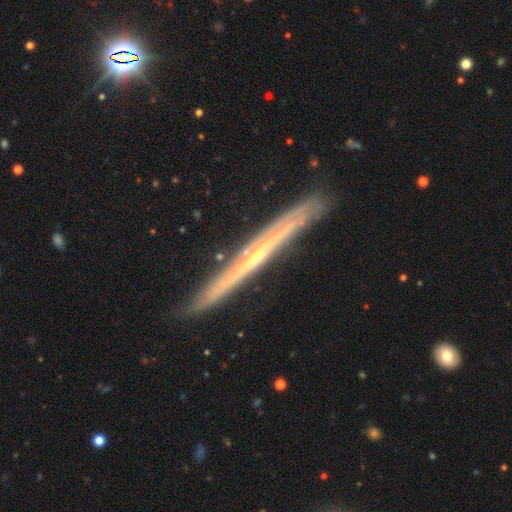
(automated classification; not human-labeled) A featured or disk galaxy (79%) viewed edge-on (96%) with a rounded central bulge (50%). Merging: none (87%).